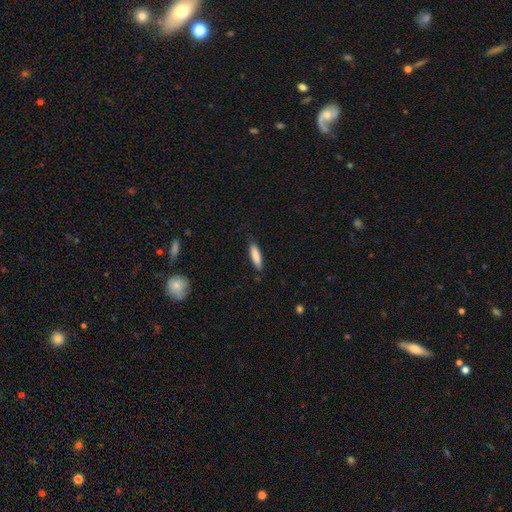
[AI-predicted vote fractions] Overall: smooth (85%). How rounded: cigar-shaped (69%; in between 30%). Merging: none (84%).